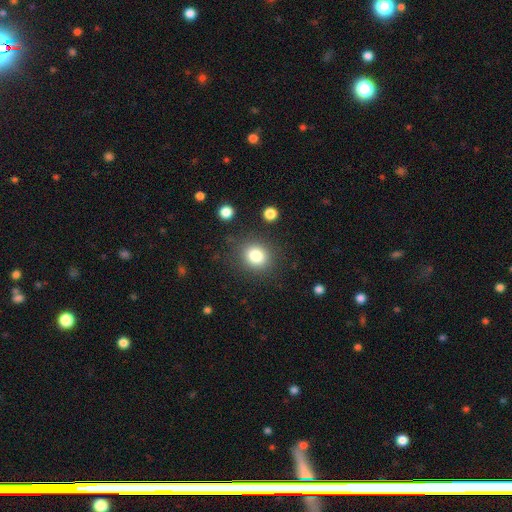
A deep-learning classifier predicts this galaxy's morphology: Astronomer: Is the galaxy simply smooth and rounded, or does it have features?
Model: smooth — 82%.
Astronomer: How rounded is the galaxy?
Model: round — 78%.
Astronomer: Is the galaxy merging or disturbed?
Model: none — 85%.